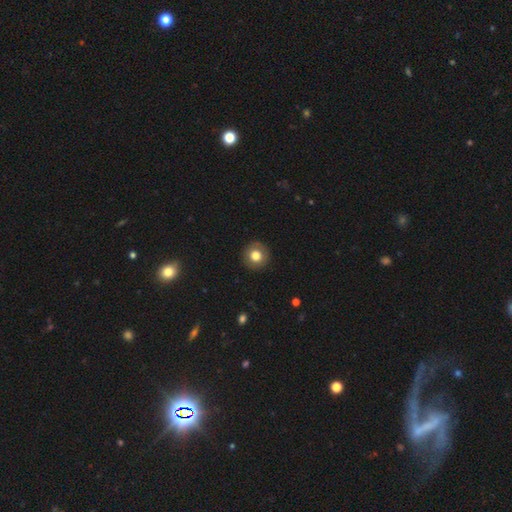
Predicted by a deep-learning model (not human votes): The model was most divided on "smooth or featured": smooth: 79%, featured or disk: 12%, star or artifact: 9%. More confident: how rounded — round (94%); merging — none (91%).